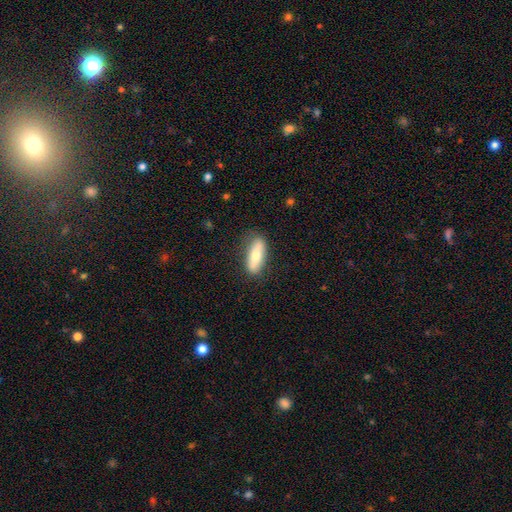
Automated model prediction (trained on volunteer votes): smooth-or-featured: smooth: 65% | featured or disk: 29% | star or artifact: 6%
  how-rounded: in between: 60% | cigar-shaped: 38% | round: 2%
  merging: none: 82% | minor disturbance: 14% | major disturbance: 3% | merger: 1%